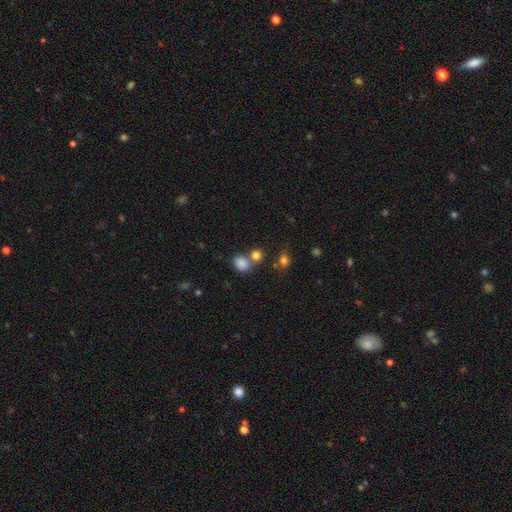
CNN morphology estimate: smooth-or-featured: smooth: 81% | star or artifact: 13% | featured or disk: 6%
  how-rounded: round: 64% | in between: 34% | cigar-shaped: 1%
  merging: none: 57% | merger: 29% | minor disturbance: 10% | major disturbance: 4%